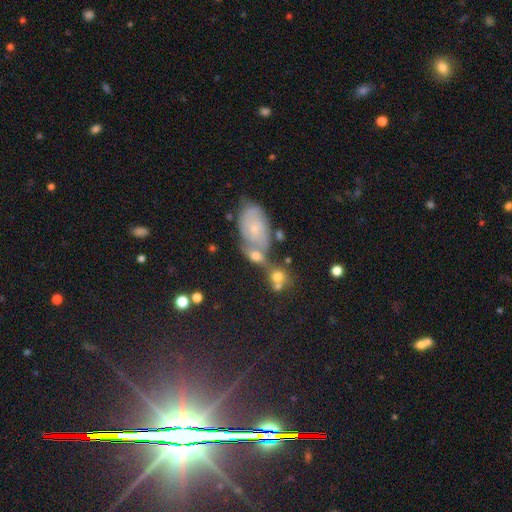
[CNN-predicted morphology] This appears to be a smooth galaxy with no disk features (47%). Merging: merger (48%).